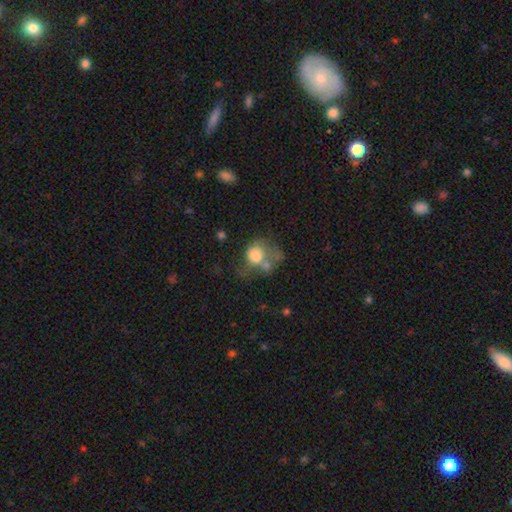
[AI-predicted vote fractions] smooth 67%, featured or disk 23%, star or artifact 10%. Down the decision tree: how rounded — round (63%); merging — merger (36%).